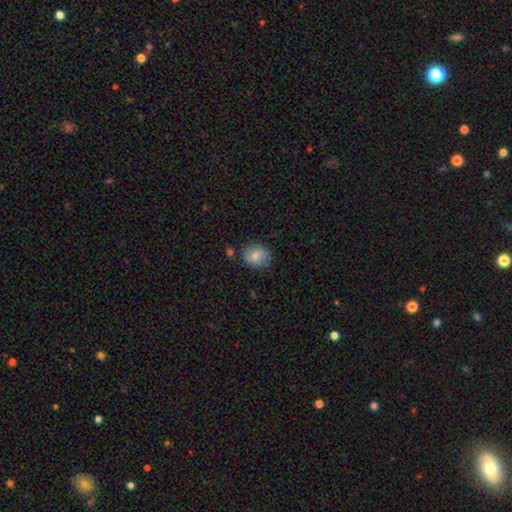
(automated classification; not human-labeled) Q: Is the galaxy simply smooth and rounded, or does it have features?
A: smooth — 80%.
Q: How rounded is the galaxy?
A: round — 69%.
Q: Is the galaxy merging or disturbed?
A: none — 80%.